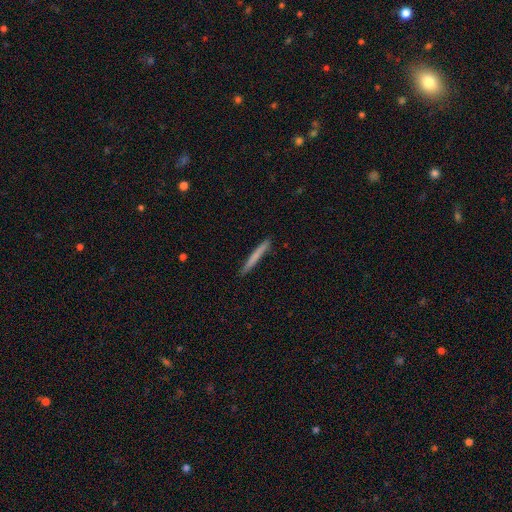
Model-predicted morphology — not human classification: smooth_or_featured: smooth (p=0.71) [alt: featured or disk p=0.23]
how_rounded: cigar-shaped (p=0.97) [alt: in between p=0.02]
merging: none (p=0.91) [alt: minor disturbance p=0.06]